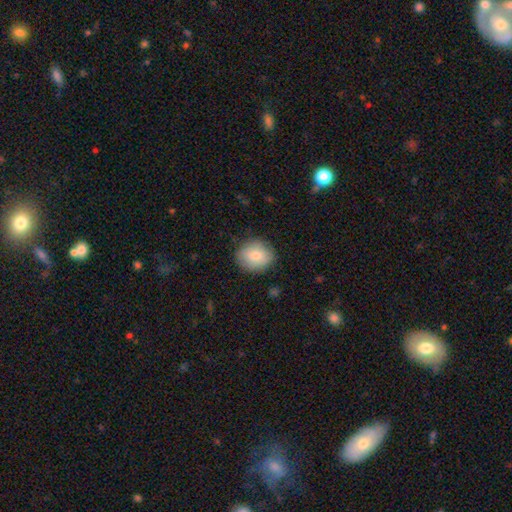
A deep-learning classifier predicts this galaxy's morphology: Smooth or featured? Predicted: smooth (p=0.80). How rounded? Predicted: round (p=0.71). Merging? Predicted: none (p=0.85).